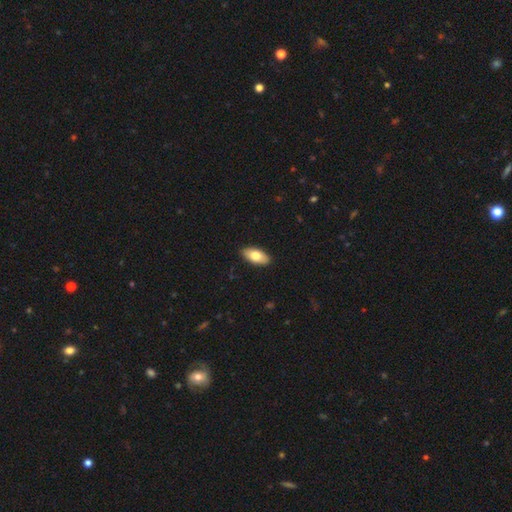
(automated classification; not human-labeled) Morphology: type=smooth (75%); roundness=in between (91%); merging=none (89%).